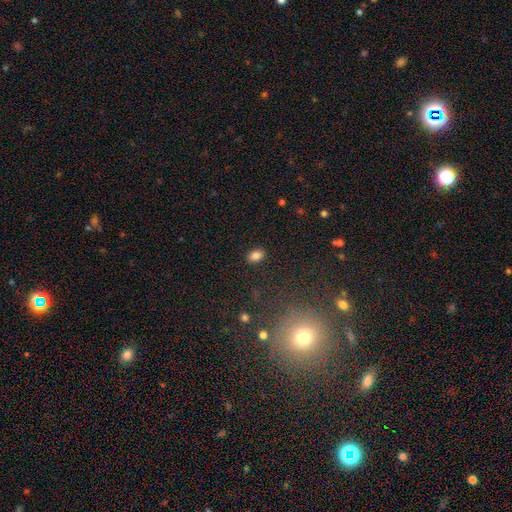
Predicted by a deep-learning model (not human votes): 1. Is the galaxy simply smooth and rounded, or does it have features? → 84% smooth, 11% star or artifact, 5% featured or disk.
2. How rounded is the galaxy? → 85% in between, 14% round, 1% cigar-shaped.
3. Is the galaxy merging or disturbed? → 88% none, 9% minor disturbance, 2% major disturbance, 1% merger.